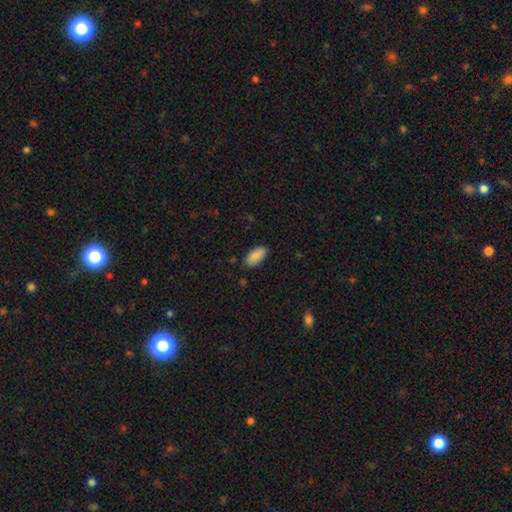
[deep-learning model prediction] A smooth galaxy with no disk features (88%) that is in between round and cigar-shaped (91%). Merging: none (84%).